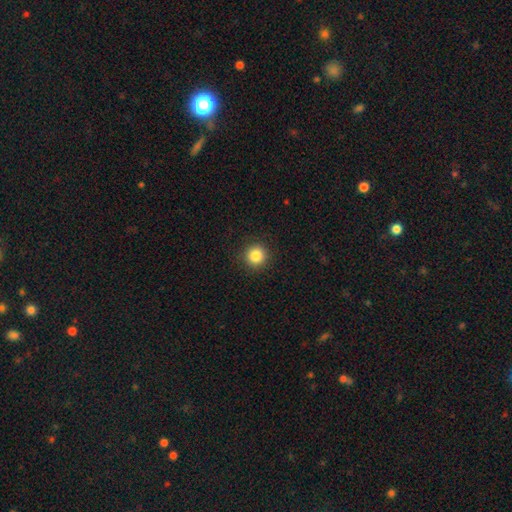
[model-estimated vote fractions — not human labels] Overall: smooth (85%). How rounded: round (94%). Merging: none (92%).